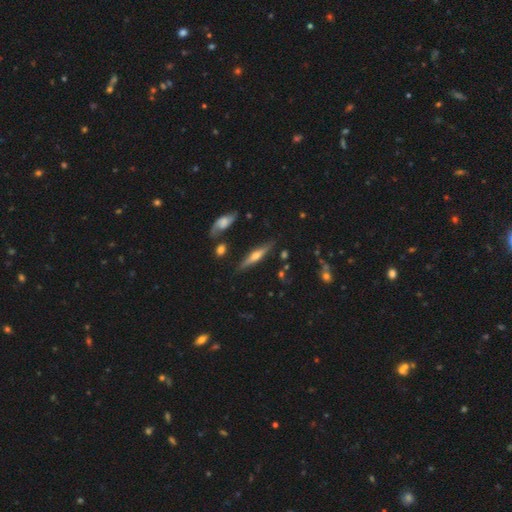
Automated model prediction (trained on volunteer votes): A featured or disk galaxy (64%) viewed edge-on (94%) with a rounded central bulge (89%). Merging: none (82%).